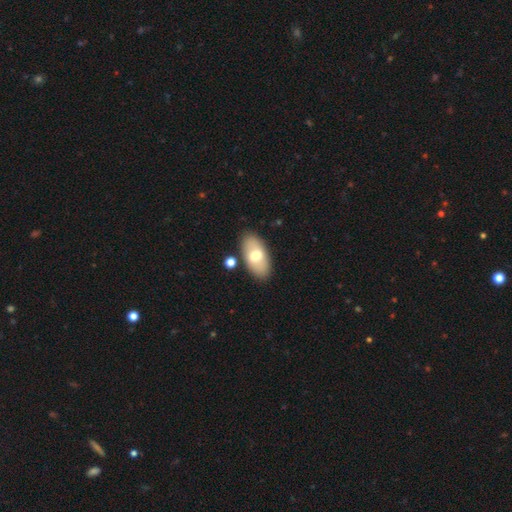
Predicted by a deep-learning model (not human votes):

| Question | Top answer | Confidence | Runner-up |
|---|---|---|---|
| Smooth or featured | smooth | 66% | featured or disk (27%) |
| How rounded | in between | 93% | cigar-shaped (4%) |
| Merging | none | 83% | minor disturbance (10%) |